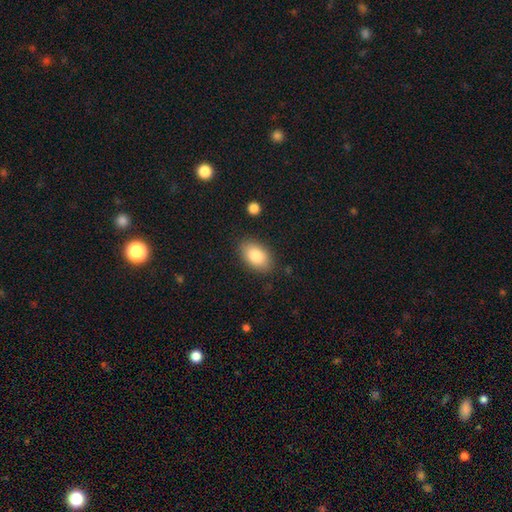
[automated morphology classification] Smooth or featured? smooth (84%)
How rounded? in between (91%)
Merging? none (84%)